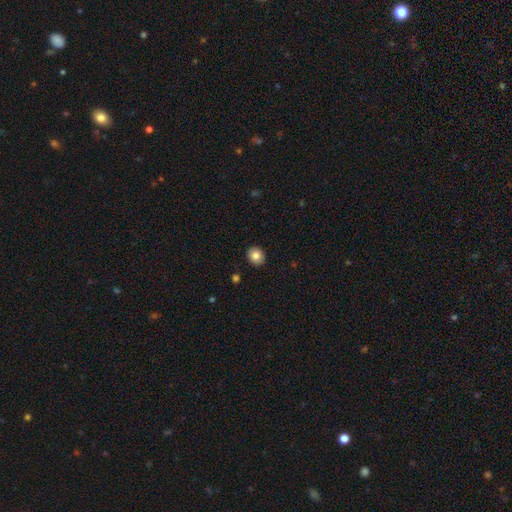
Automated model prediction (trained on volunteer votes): smooth-or-featured: smooth: 84% | star or artifact: 9% | featured or disk: 8%
  how-rounded: round: 70% | in between: 29% | cigar-shaped: 1%
  merging: none: 91% | minor disturbance: 6% | major disturbance: 2% | merger: 1%